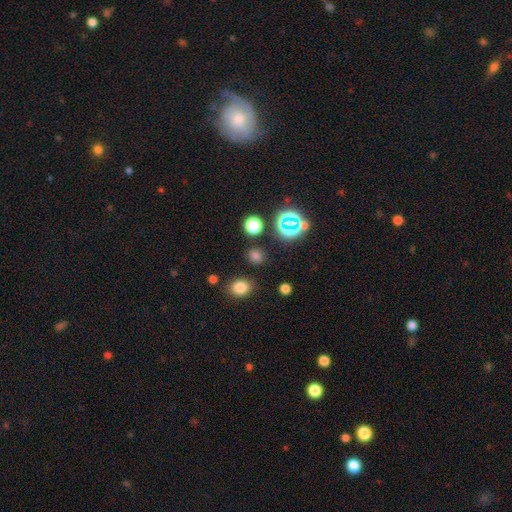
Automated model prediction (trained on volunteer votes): Q: Smooth or featured?
A: smooth (67%); runner-up: star or artifact (28%)
Q: How rounded?
A: round (71%); runner-up: in between (28%)
Q: Merging?
A: none (84%); runner-up: minor disturbance (9%)